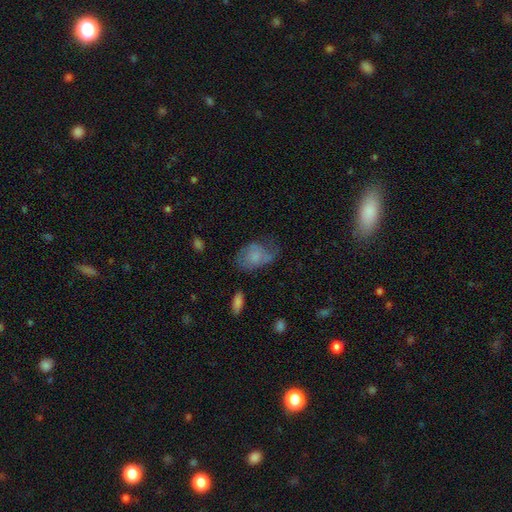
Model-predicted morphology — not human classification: smooth 59%, featured or disk 33%, star or artifact 9%. Down the decision tree: how rounded — in between (80%); merging — none (41%).